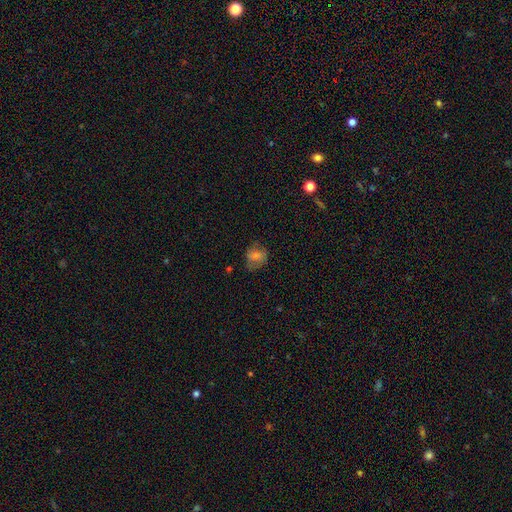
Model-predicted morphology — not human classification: Smooth or featured? Predicted: smooth (p=0.60). How rounded? Predicted: round (p=0.66). Merging? Predicted: none (p=0.71).